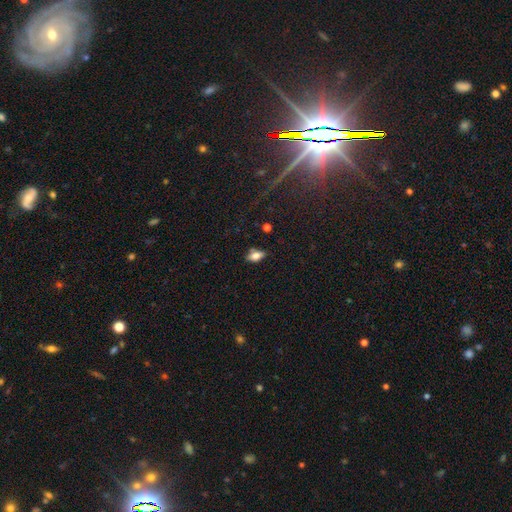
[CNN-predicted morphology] Smooth or featured: smooth — 73% (featured or disk — 17%)
How rounded: in between — 87% (cigar-shaped — 8%)
Merging: none — 76% (minor disturbance — 16%)